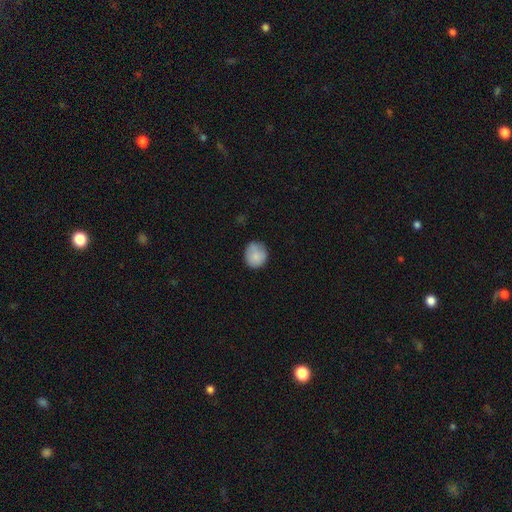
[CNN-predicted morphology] Overall: smooth (83%). How rounded: round (82%). Merging: none (70%).